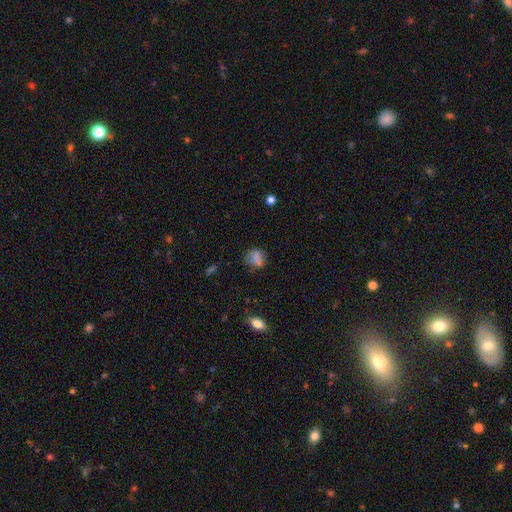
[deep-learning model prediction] Smooth or featured? Predicted: smooth (p=0.73). How rounded? Predicted: round (p=0.54). Merging? Predicted: none (p=0.59).